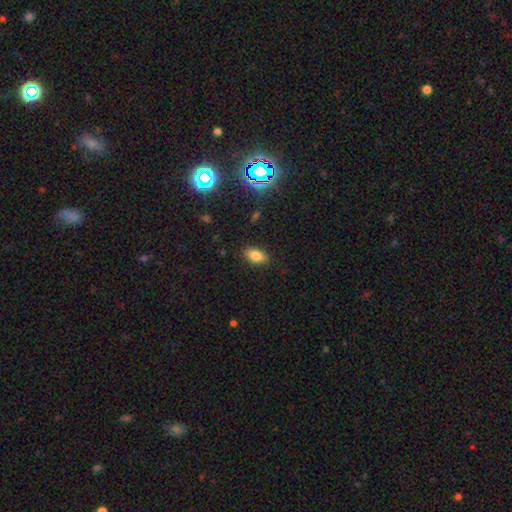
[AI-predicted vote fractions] This appears to be a smooth galaxy with no disk features (78%) that is in between round and cigar-shaped (89%). Merging: none (86%).